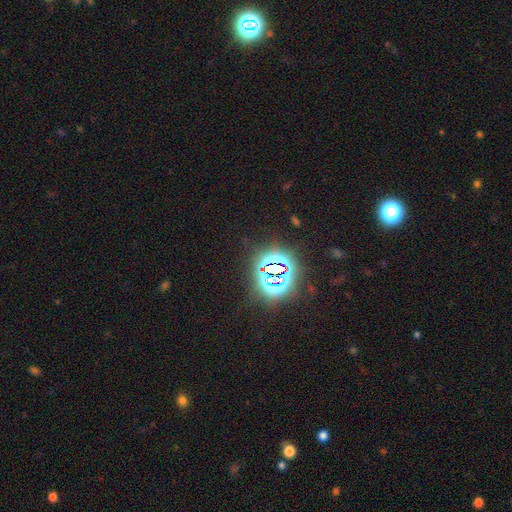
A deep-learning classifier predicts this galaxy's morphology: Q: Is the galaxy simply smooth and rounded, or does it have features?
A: star or artifact — 81%.